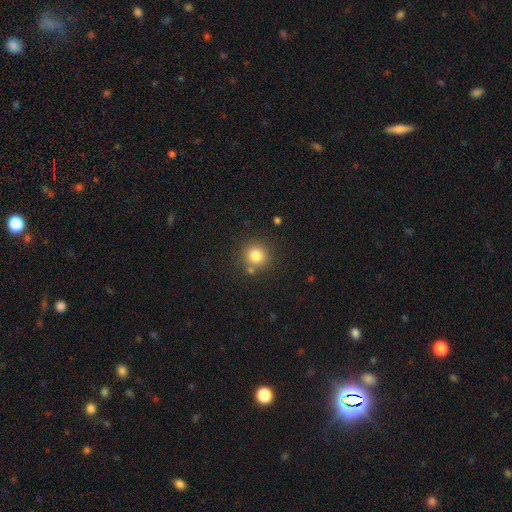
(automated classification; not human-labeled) Smooth or featured? Predicted: smooth (p=0.81). How rounded? Predicted: round (p=0.92). Merging? Predicted: none (p=0.79).